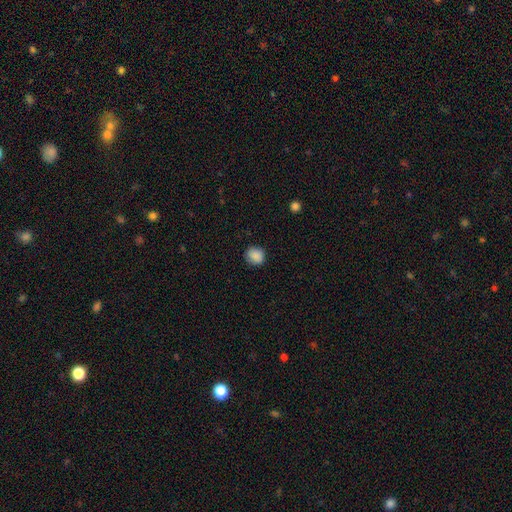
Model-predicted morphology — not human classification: smooth-or-featured: smooth: 88% | star or artifact: 9% | featured or disk: 3%
  how-rounded: round: 76% | in between: 23% | cigar-shaped: 1%
  merging: none: 85% | minor disturbance: 11% | major disturbance: 3% | merger: 1%